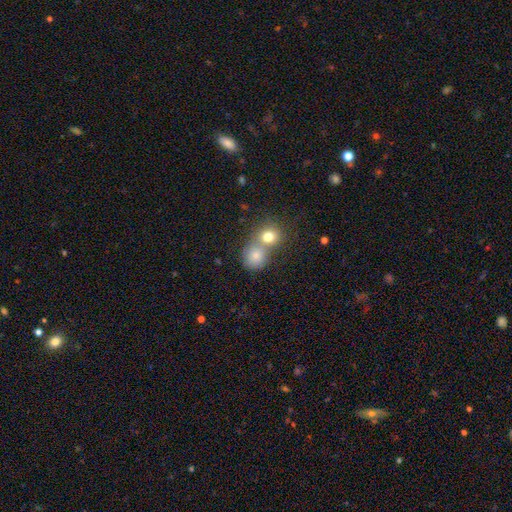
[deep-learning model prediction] This is likely a smooth galaxy (77%). How rounded: likely round (77%). Merging: possibly merger (55%).